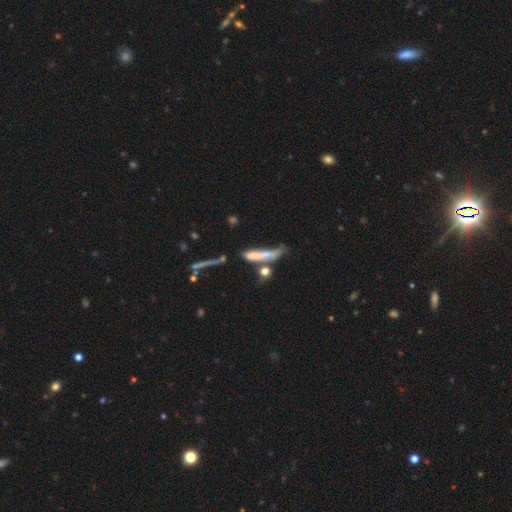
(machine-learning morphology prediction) Overall: smooth (59%; featured or disk 30%). How rounded: cigar-shaped (77%). Merging: none (33%; merger 28%).